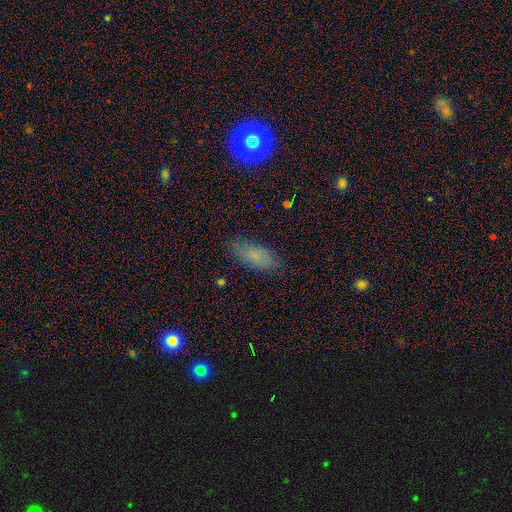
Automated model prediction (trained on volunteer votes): smooth_or_featured: smooth (p=0.71) [alt: featured or disk p=0.16]
how_rounded: in between (p=0.85) [alt: cigar-shaped p=0.12]
merging: none (p=0.78) [alt: minor disturbance p=0.16]